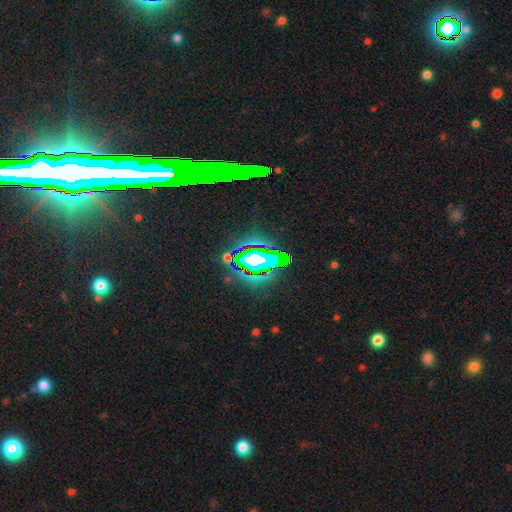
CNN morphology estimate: Smooth or featured?
  - star or artifact: 59% *
  - featured or disk: 25%
  - smooth: 16%